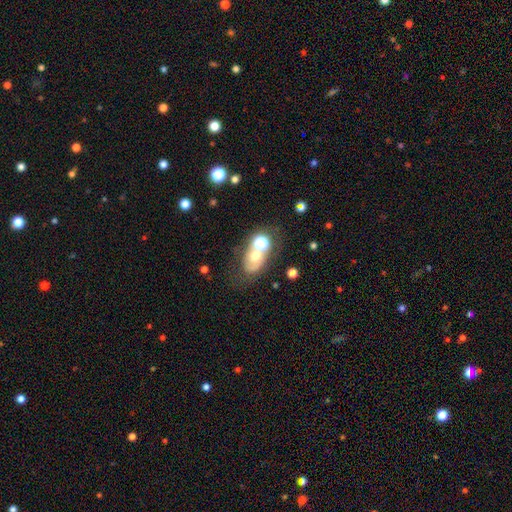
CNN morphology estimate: smooth_or_featured: smooth (p=0.48) [alt: featured or disk p=0.35]
merging: none (p=0.42) [alt: merger p=0.29]